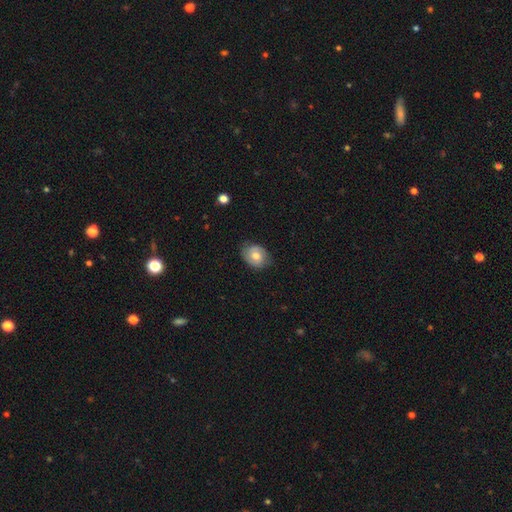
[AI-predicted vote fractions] smooth_or_featured: smooth (p=0.57) [alt: featured or disk p=0.35]
how_rounded: in between (p=0.58) [alt: round p=0.41]
merging: none (p=0.77) [alt: minor disturbance p=0.18]